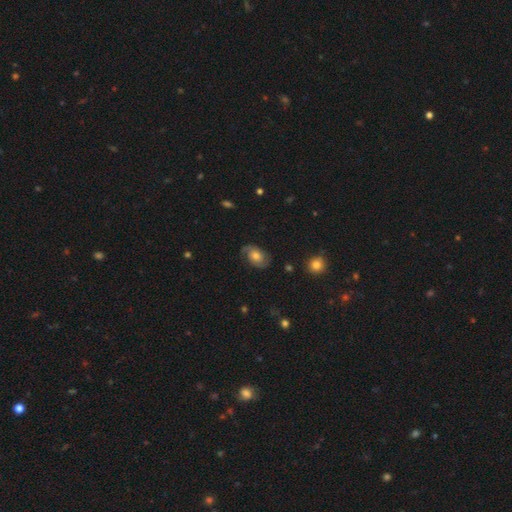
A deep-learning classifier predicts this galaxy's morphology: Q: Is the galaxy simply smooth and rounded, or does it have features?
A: featured or disk — 59%.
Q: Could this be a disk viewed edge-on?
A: no — 96%.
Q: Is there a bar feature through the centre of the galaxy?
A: no — 77%.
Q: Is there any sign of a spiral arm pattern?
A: yes — 88%.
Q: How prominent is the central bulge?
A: moderate — 61%.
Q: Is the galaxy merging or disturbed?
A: none — 68%.